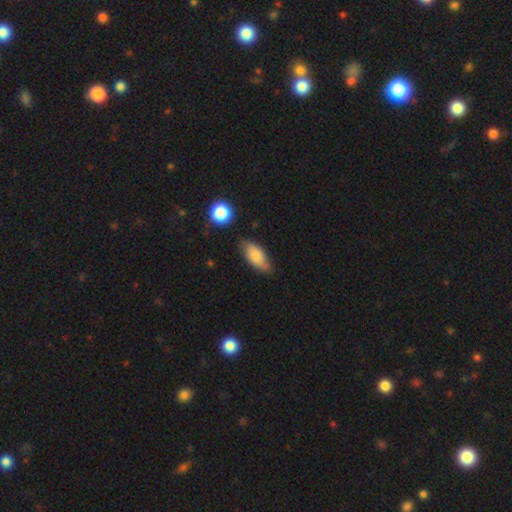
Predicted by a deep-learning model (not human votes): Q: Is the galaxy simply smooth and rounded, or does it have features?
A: smooth — 75%.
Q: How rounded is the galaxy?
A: in between — 87%.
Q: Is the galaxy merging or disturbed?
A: none — 67%.